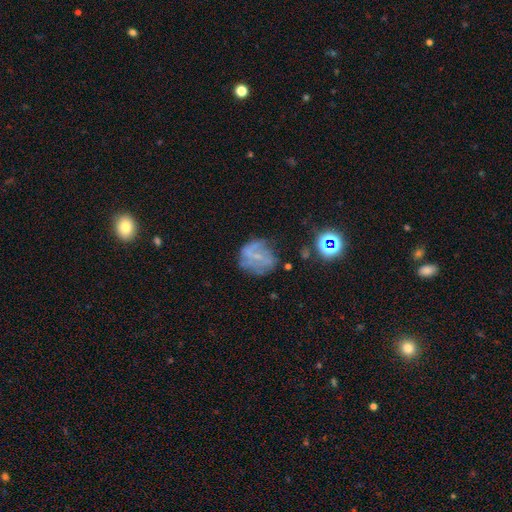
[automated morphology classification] A featured or disk galaxy (53%) with no bar (47%), spiral arms (54%) and a small central bulge (52%). Merging: none (51%).